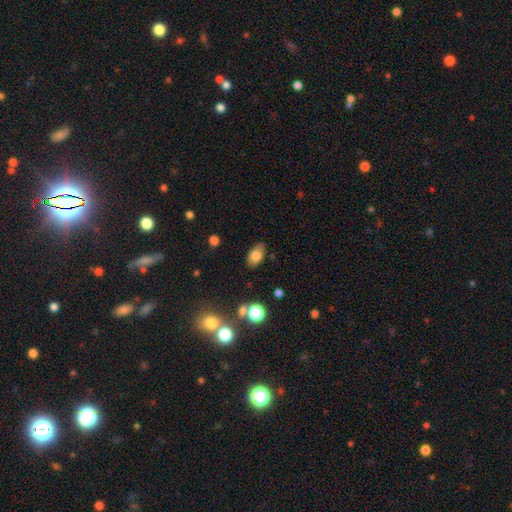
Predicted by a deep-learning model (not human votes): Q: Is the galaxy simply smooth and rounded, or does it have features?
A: smooth — 77%.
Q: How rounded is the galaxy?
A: in between — 91%.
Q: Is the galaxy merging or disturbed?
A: none — 83%.